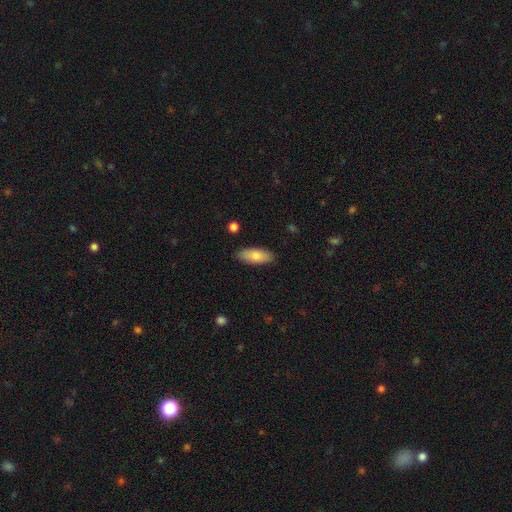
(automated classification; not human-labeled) smooth-or-featured: smooth: 79% | featured or disk: 15% | star or artifact: 6%
  how-rounded: in between: 80% | cigar-shaped: 18% | round: 2%
  merging: none: 87% | minor disturbance: 10% | major disturbance: 2% | merger: 1%